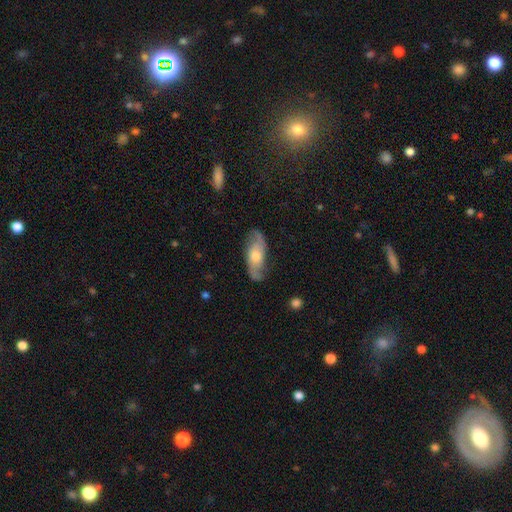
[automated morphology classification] Overall: featured or disk (66%; smooth 28%). Edge-on disk: no (84%). Bar: no (71%). Spiral arms: yes (87%). Bulge size: moderate (64%). Merging: none (76%).